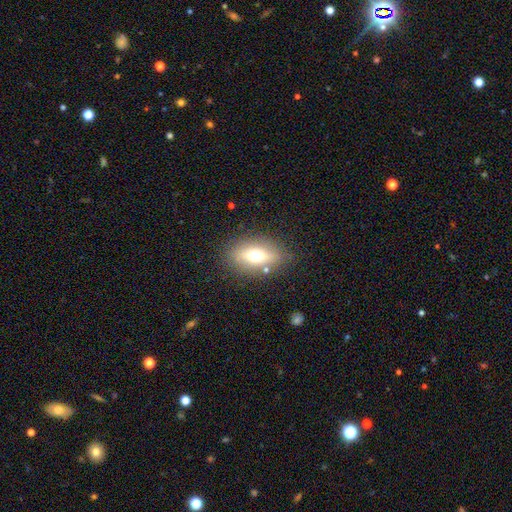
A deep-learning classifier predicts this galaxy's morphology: Smooth or featured? smooth (54%)
How rounded? in between (74%)
Merging? none (81%)